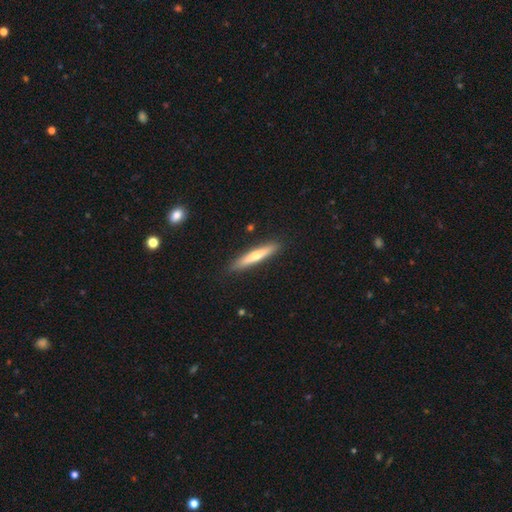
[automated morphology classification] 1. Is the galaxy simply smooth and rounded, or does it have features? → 54% smooth, 40% featured or disk, 6% star or artifact.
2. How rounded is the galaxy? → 91% cigar-shaped, 8% in between, 1% round.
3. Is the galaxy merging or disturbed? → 89% none, 8% minor disturbance, 2% major disturbance, 1% merger.